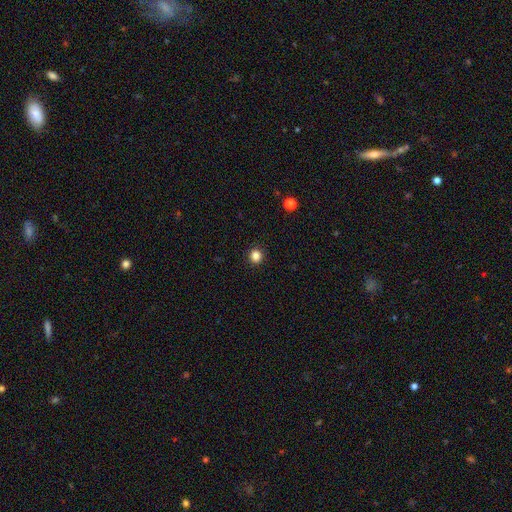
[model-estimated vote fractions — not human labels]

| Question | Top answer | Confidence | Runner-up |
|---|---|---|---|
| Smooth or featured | smooth | 85% | star or artifact (12%) |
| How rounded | round | 90% | in between (9%) |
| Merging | none | 93% | minor disturbance (5%) |